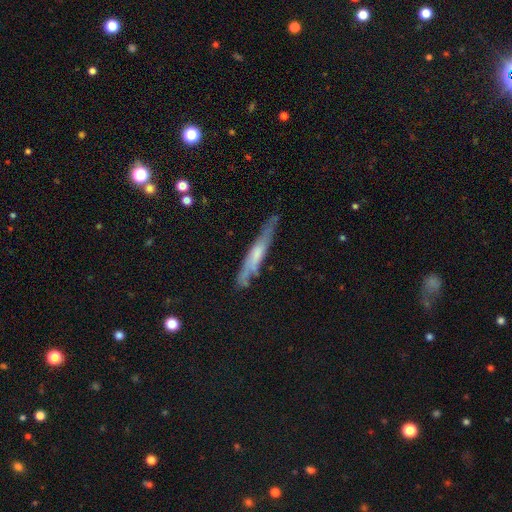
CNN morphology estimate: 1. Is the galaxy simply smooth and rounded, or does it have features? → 54% featured or disk, 40% smooth, 6% star or artifact.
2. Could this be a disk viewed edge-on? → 82% yes, 18% no.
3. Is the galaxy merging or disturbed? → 69% none, 23% minor disturbance, 5% major disturbance, 3% merger.